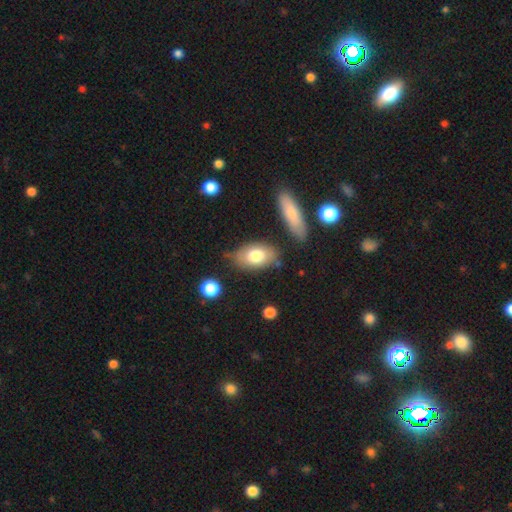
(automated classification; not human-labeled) Q: Smooth or featured?
A: smooth (75%); runner-up: featured or disk (19%)
Q: How rounded?
A: in between (90%); runner-up: round (7%)
Q: Merging?
A: none (71%); runner-up: minor disturbance (18%)